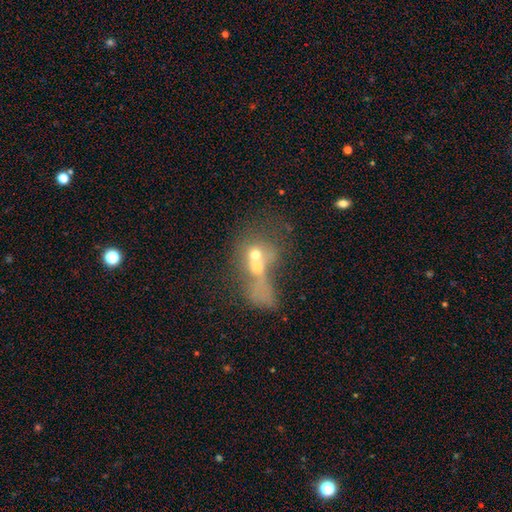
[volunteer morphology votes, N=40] featured or disk 57%, smooth 35%, star or artifact 8%. Down the decision tree: edge-on disk — no (96%); bar — no (95%); spiral arms — no (95%); bulge size — moderate (50%); merging — merger (89%).